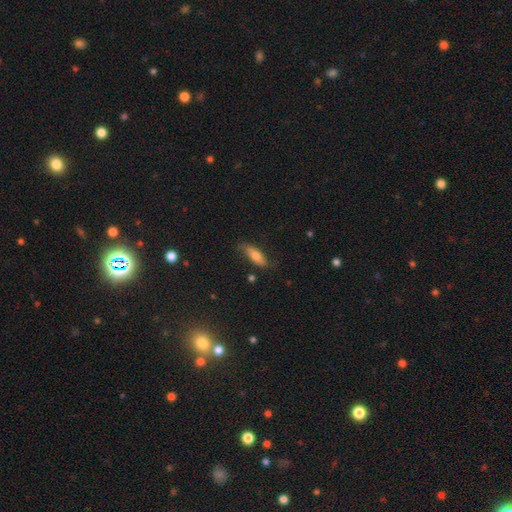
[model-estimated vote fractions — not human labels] Overall: smooth (64%; featured or disk 29%). How rounded: in between (53%; cigar-shaped 44%). Merging: none (71%).